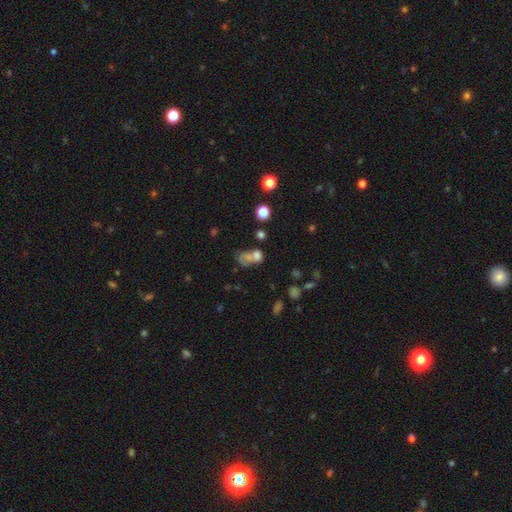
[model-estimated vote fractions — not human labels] Morphology: type=smooth (58%); roundness=in between (62%); merging=merger (50%).